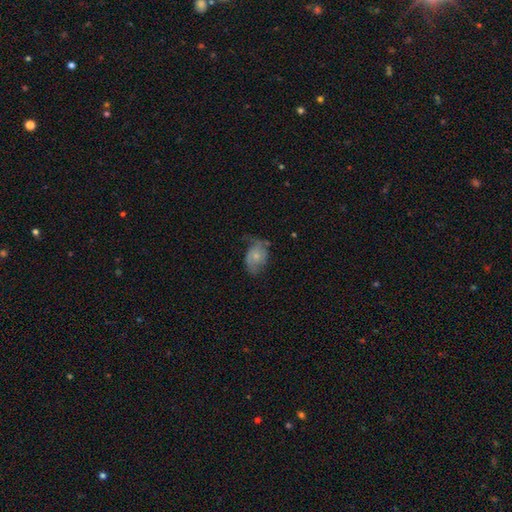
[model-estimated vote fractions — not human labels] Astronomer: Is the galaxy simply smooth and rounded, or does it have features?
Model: smooth — 47% (runner-up: featured or disk, 46%).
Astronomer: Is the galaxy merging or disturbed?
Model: none — 40% (runner-up: minor disturbance, 34%).